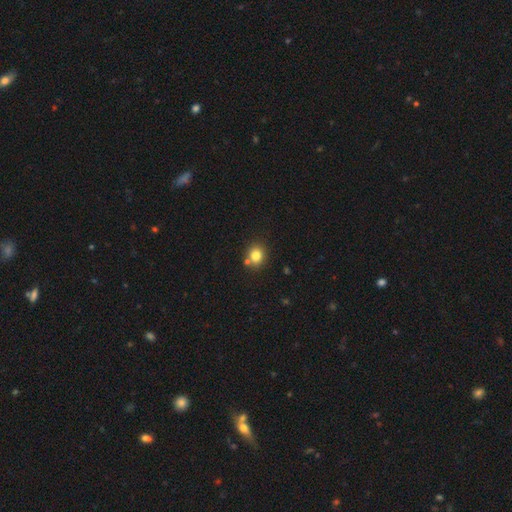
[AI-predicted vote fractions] Smooth or featured? Predicted: smooth (p=0.81). How rounded? Predicted: round (p=0.80). Merging? Predicted: none (p=0.74).